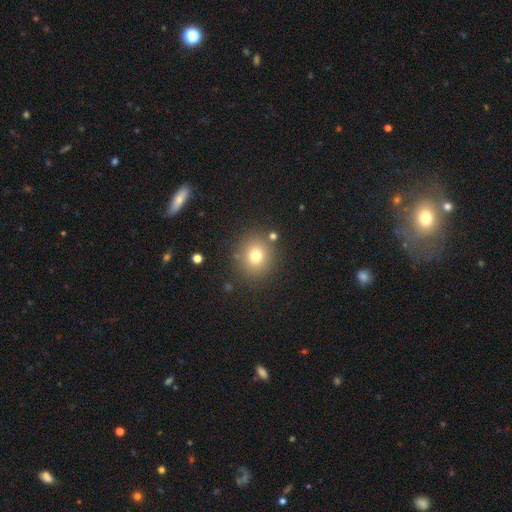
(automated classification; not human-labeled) Smooth or featured? smooth (75%)
How rounded? round (82%)
Merging? none (84%)